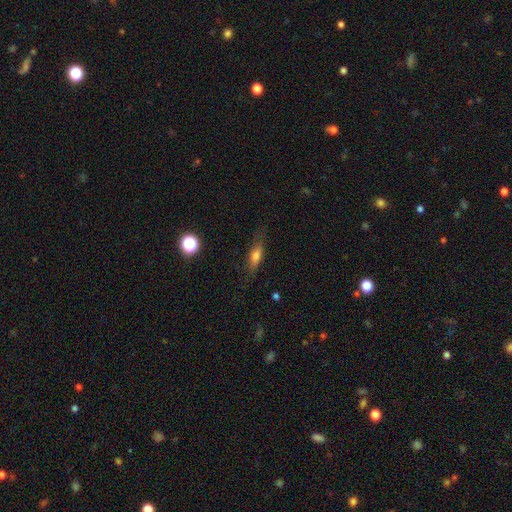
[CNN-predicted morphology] This is likely a smooth galaxy (63%). How rounded: possibly cigar-shaped (49%). Merging: likely none (73%).